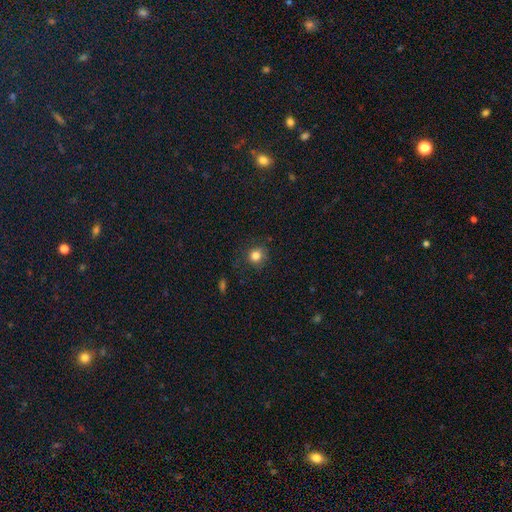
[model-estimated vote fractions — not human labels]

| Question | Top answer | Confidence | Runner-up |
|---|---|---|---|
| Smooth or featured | smooth | 82% | star or artifact (13%) |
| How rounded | round | 88% | in between (11%) |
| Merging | none | 80% | minor disturbance (14%) |